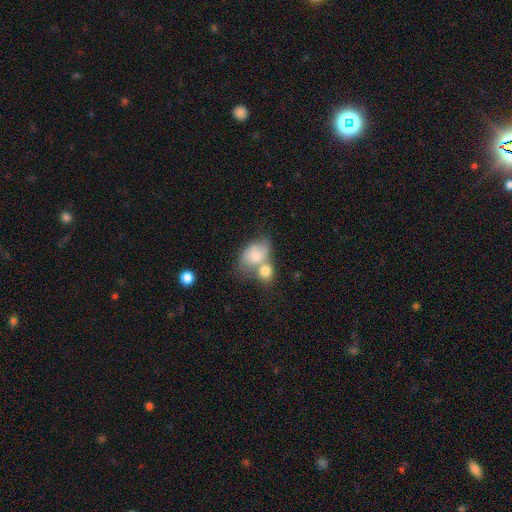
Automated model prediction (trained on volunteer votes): Smooth or featured?
  - smooth: 74% *
  - featured or disk: 19%
  - star or artifact: 7%
How rounded?
  - in between: 78% *
  - round: 20%
  - cigar-shaped: 2%
Merging?
  - merger: 56% *
  - none: 23%
  - minor disturbance: 13%
  - major disturbance: 8%